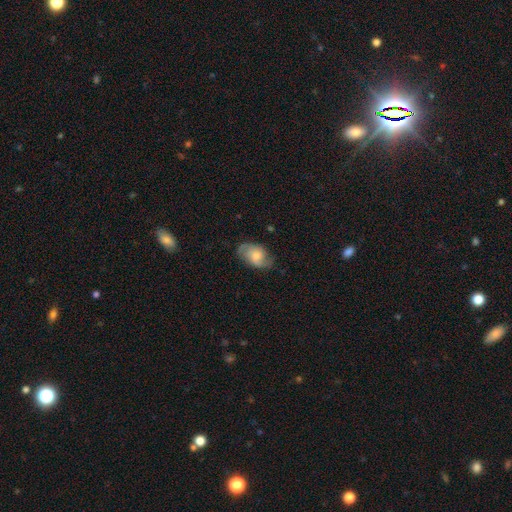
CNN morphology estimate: This is likely a featured or disk galaxy (67%). It is clearly not viewed edge-on (96%). Bar: likely no (65%). Spiral arm pattern: clearly yes (92%). Spiral arm count: clearly 2 (84%). Spiral winding: possibly medium (47%). Central bulge: marginally moderate (45%). Merging: likely none (74%).